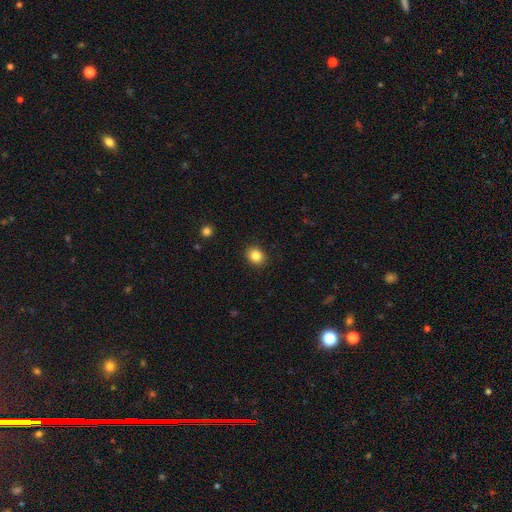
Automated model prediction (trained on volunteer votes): A smooth galaxy with no disk features (85%) that is round (64%). Merging: none (90%).